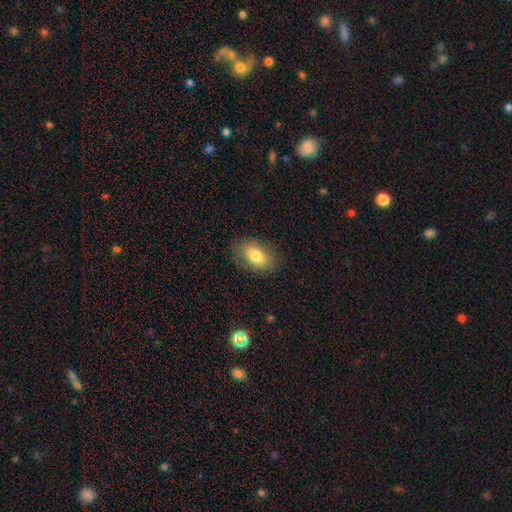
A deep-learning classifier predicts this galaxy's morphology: A smooth galaxy with no disk features (77%) that is in between round and cigar-shaped (88%).

Vote fractions:
- Smooth or featured? smooth: 77% / featured or disk: 15% / star or artifact: 8%
- How rounded? in between: 88% / round: 10% / cigar-shaped: 3%
- Merging? none: 83% / minor disturbance: 12% / major disturbance: 4% / merger: 1%